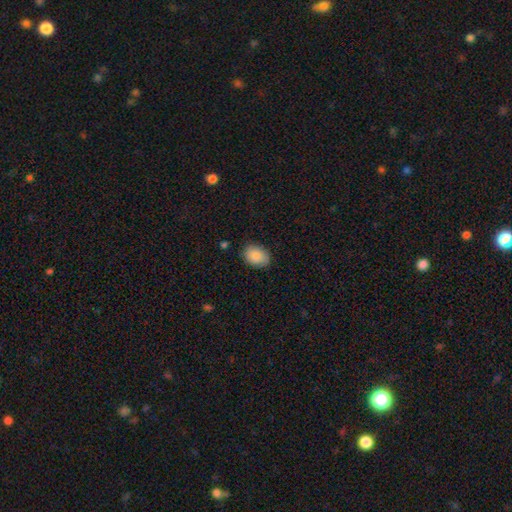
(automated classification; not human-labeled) This is clearly a smooth galaxy (87%). How rounded: likely in between (76%). Merging: clearly none (82%).